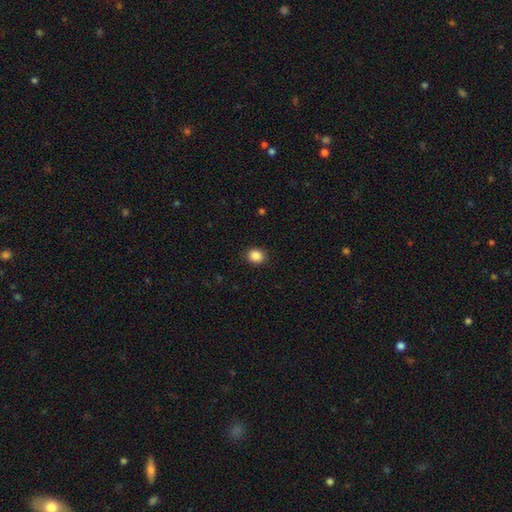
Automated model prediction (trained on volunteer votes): This appears to be a smooth galaxy with no disk features (88%) that is round (66%). Merging: none (89%).